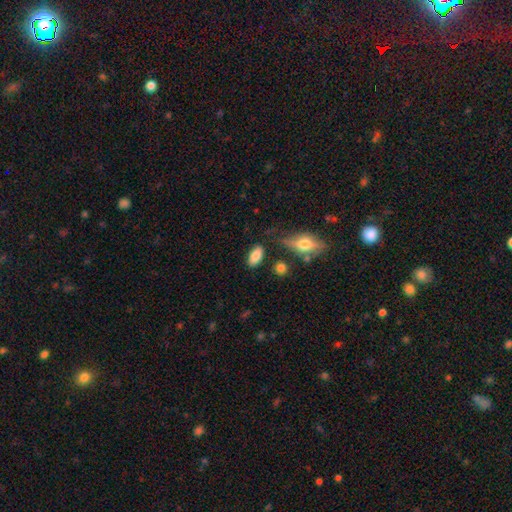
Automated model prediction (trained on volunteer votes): Overall: smooth (84%). How rounded: in between (88%). Merging: none (78%).